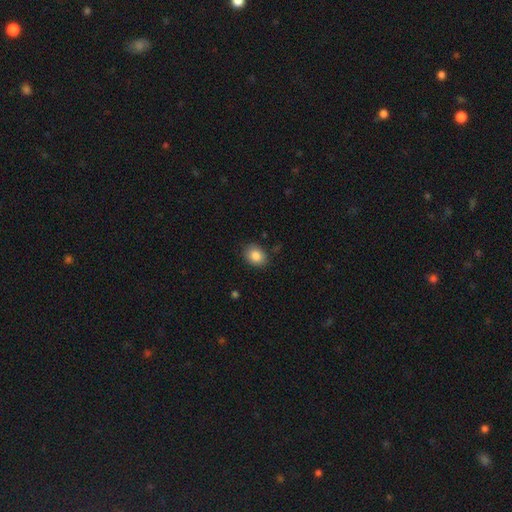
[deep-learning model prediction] Smooth or featured?
  - smooth: 86% *
  - star or artifact: 8%
  - featured or disk: 6%
How rounded?
  - in between: 58% *
  - round: 41%
  - cigar-shaped: 1%
Merging?
  - none: 84% *
  - minor disturbance: 12%
  - major disturbance: 3%
  - merger: 1%